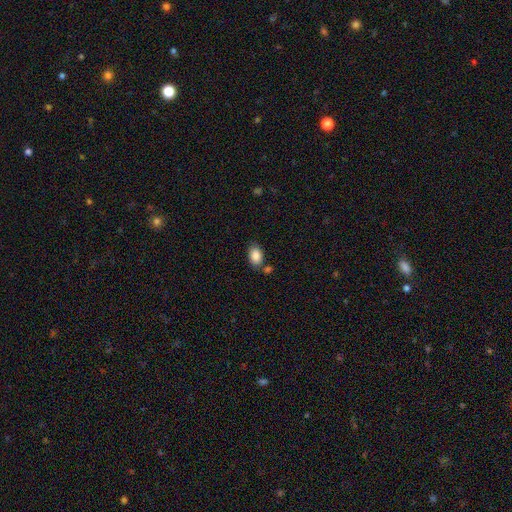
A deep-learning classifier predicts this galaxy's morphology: Q: Smooth or featured?
A: smooth (87%); runner-up: star or artifact (8%)
Q: How rounded?
A: in between (83%); runner-up: round (16%)
Q: Merging?
A: none (71%); runner-up: minor disturbance (14%)